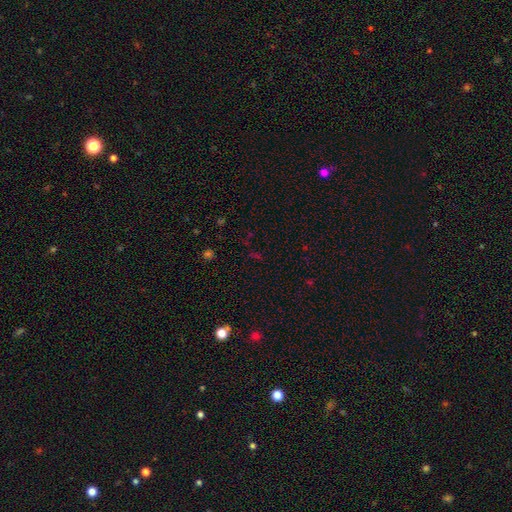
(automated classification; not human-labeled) This is likely a star or artifact rather than a galaxy (63%).